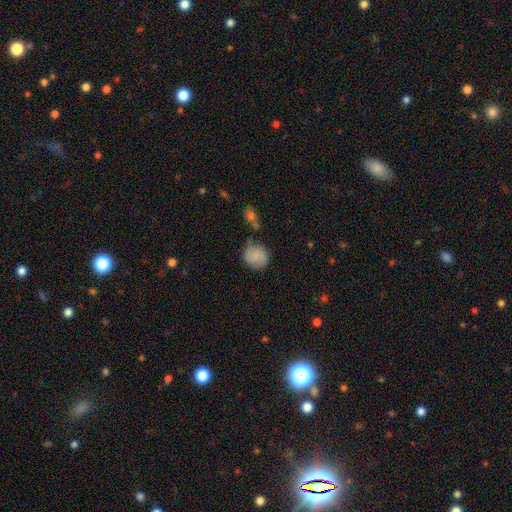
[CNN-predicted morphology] A smooth galaxy with no disk features (78%) that is round (85%). Merging: none (71%).